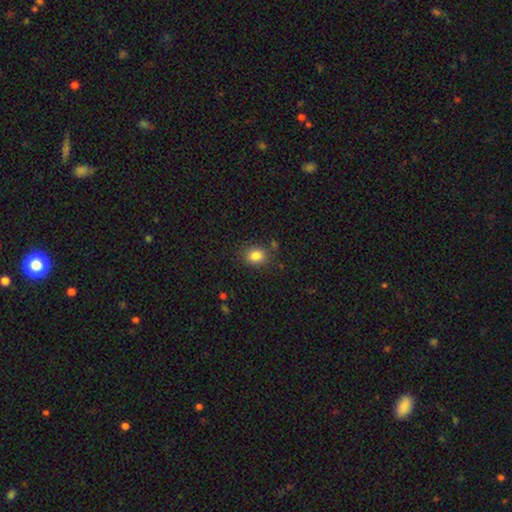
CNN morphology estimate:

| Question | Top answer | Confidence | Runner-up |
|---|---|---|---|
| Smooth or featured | smooth | 84% | star or artifact (11%) |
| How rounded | round | 53% | in between (46%) |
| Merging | none | 82% | minor disturbance (11%) |